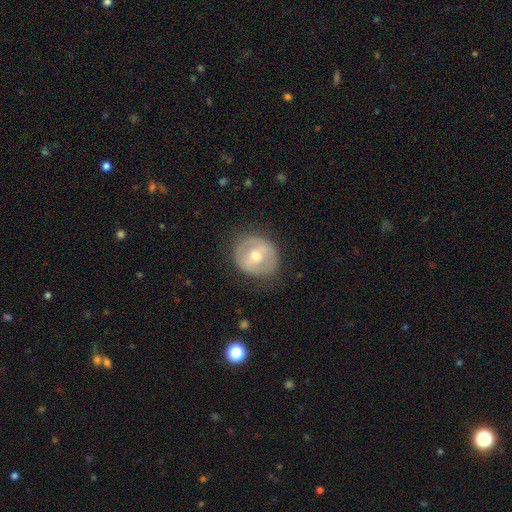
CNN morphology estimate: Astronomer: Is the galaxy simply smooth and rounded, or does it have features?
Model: featured or disk — 50% (runner-up: smooth, 43%).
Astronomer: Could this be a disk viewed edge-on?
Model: no — 95%.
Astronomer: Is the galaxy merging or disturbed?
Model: none — 80%.